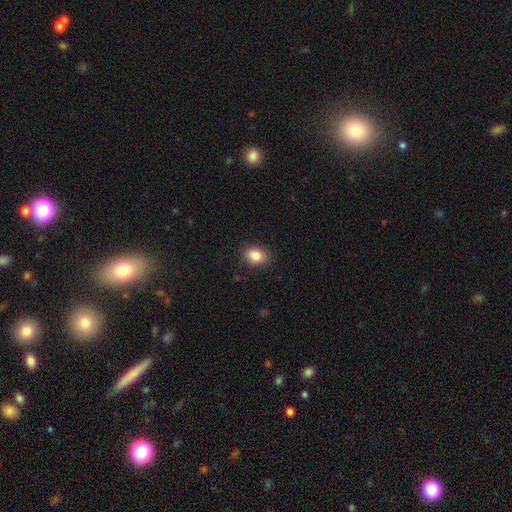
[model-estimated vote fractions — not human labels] This appears to be a smooth galaxy with no disk features (86%) that is in between round and cigar-shaped (60%). Merging: none (86%).